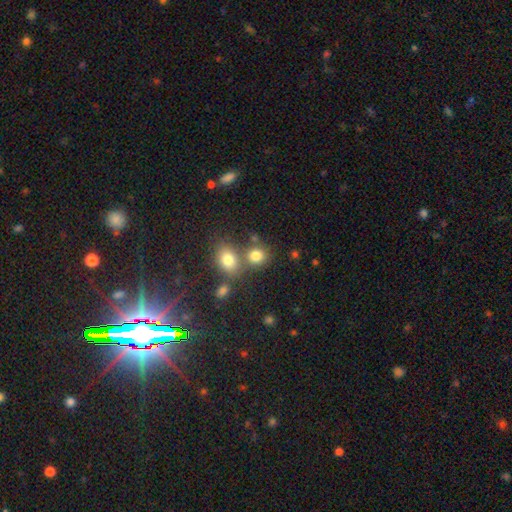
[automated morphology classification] This appears to be a smooth galaxy with no disk features (79%) that is round (74%). Merging: none (56%).